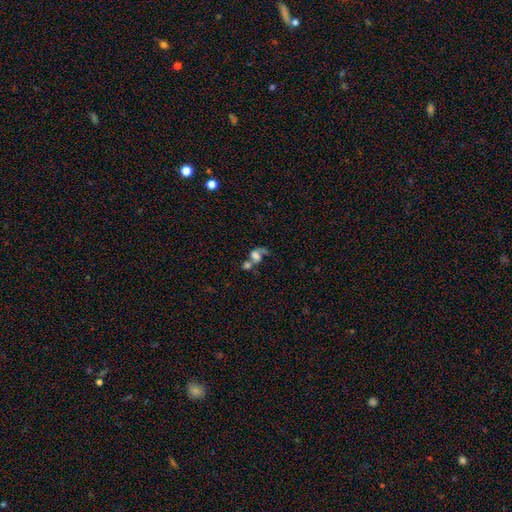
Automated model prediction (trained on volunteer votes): Q: Smooth or featured?
A: smooth (50%); runner-up: featured or disk (35%)
Q: Merging?
A: merger (60%); runner-up: none (16%)